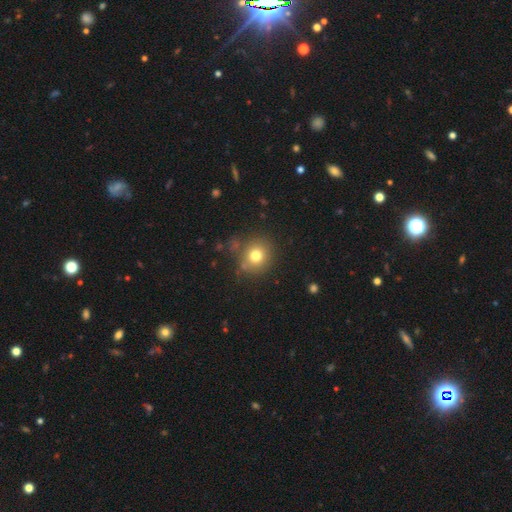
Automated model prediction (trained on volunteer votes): Smooth or featured? smooth (75%)
How rounded? round (85%)
Merging? none (79%)